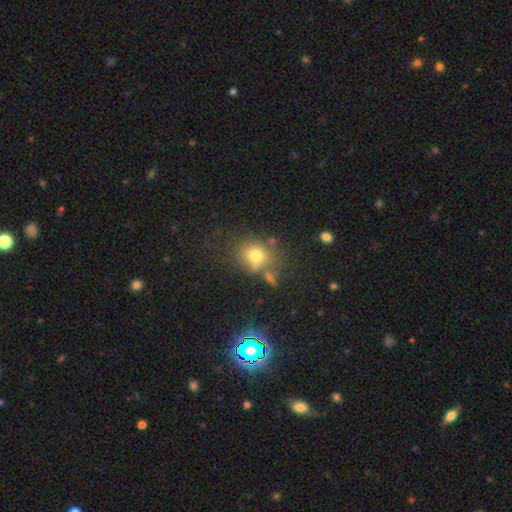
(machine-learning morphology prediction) Smooth or featured? smooth (74%)
How rounded? round (67%)
Merging? none (65%)